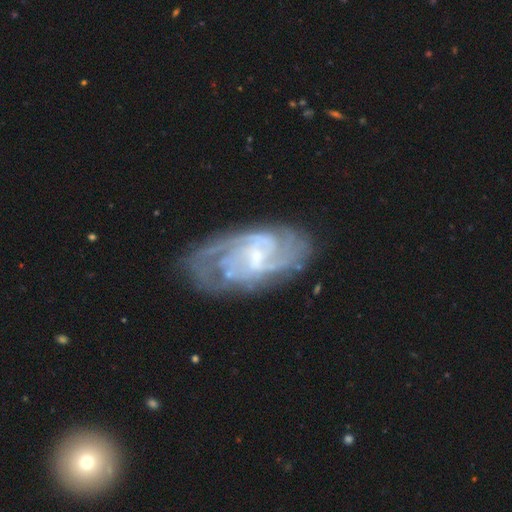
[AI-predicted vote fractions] Smooth or featured: featured or disk — 86% (smooth — 8%)
Edge-on disk: no — 96% (yes — 4%)
Bar: weak — 51% (no — 34%)
Spiral arms: yes — 95% (no — 5%)
Spiral winding: tight — 48% (medium — 41%)
Spiral arm count: 2 — 32% (can't tell — 28%)
Bulge size: small — 61% (moderate — 22%)
Merging: none — 69% (minor disturbance — 19%)